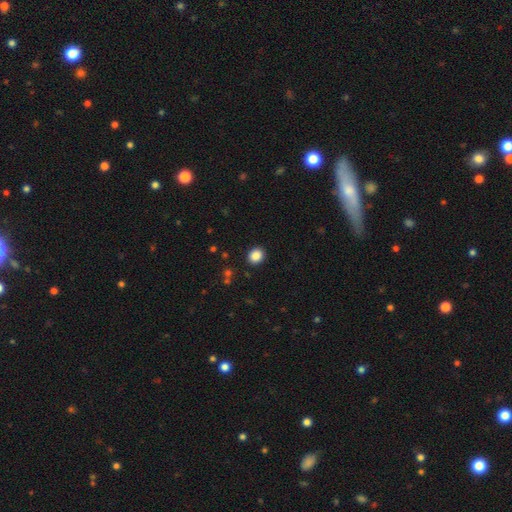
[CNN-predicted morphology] Smooth or featured? Predicted: smooth (p=0.87). How rounded? Predicted: round (p=0.69). Merging? Predicted: none (p=0.91).